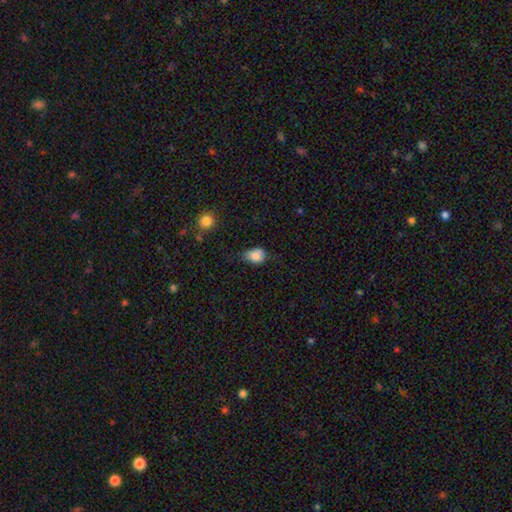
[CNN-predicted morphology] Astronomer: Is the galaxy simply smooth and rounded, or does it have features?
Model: smooth — 84%.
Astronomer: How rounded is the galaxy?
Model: in between — 62% (runner-up: round, 37%).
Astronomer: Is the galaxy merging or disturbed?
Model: none — 43% (runner-up: minor disturbance, 42%).